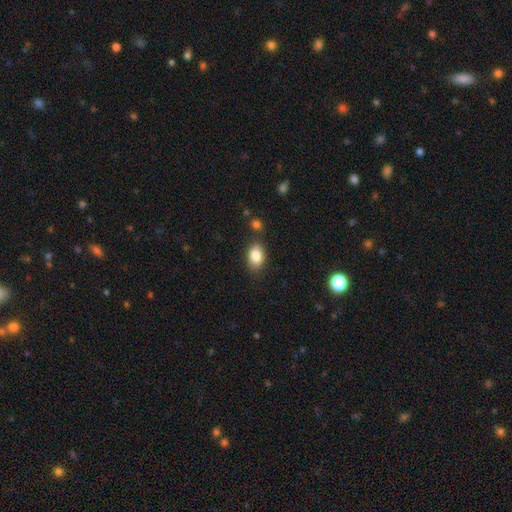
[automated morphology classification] Smooth or featured? smooth (85%)
How rounded? in between (85%)
Merging? none (78%)